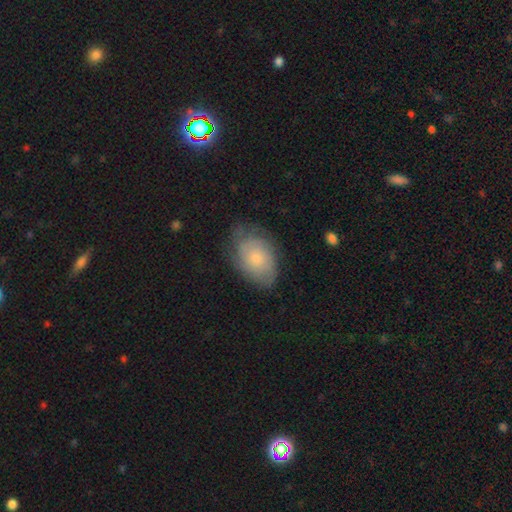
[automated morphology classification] Q: Smooth or featured?
A: smooth (50%); runner-up: featured or disk (43%)
Q: How rounded?
A: in between (84%); runner-up: round (14%)
Q: Merging?
A: none (62%); runner-up: minor disturbance (27%)